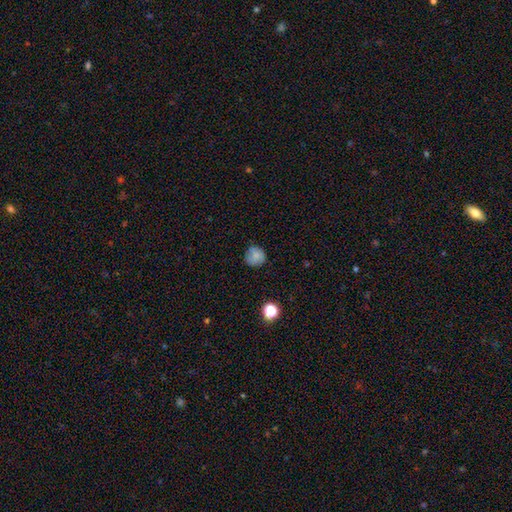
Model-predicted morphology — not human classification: Smooth or featured?
  - smooth: 77% *
  - featured or disk: 13%
  - star or artifact: 11%
How rounded?
  - round: 89% *
  - in between: 10%
  - cigar-shaped: 1%
Merging?
  - none: 77% *
  - minor disturbance: 17%
  - major disturbance: 4%
  - merger: 2%